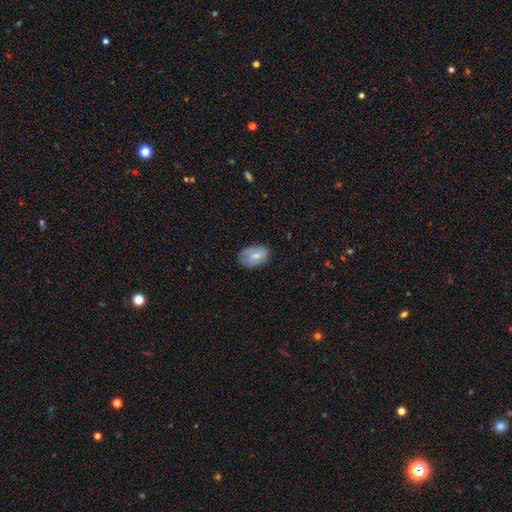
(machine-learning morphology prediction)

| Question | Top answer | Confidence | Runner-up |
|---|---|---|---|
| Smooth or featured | smooth | 70% | featured or disk (23%) |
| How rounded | in between | 87% | round (12%) |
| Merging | none | 71% | minor disturbance (23%) |